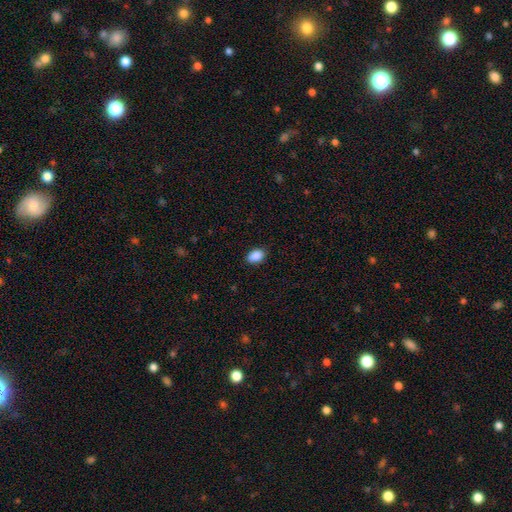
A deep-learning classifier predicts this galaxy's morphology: A smooth galaxy with no disk features (89%) that is in between round and cigar-shaped (85%).

Vote fractions:
- Smooth or featured? smooth: 89% / star or artifact: 8% / featured or disk: 3%
- How rounded? in between: 85% / round: 13% / cigar-shaped: 1%
- Merging? none: 86% / minor disturbance: 11% / major disturbance: 2% / merger: 1%